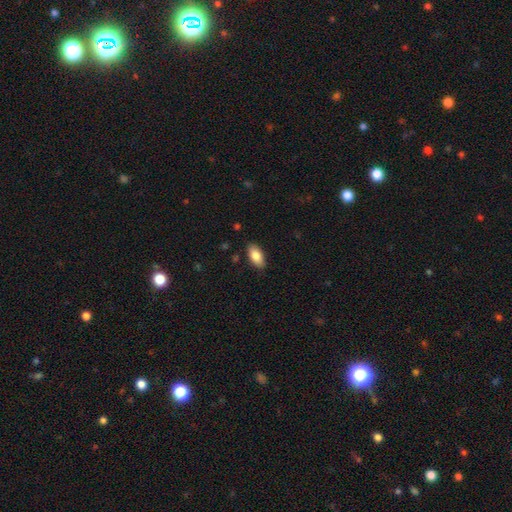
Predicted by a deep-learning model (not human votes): Overall: smooth (85%). How rounded: in between (93%). Merging: none (87%).